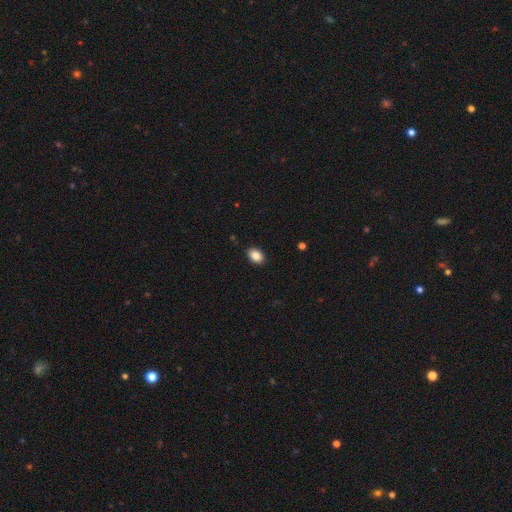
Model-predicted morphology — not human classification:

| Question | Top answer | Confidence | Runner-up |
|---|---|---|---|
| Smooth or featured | smooth | 87% | star or artifact (8%) |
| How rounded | in between | 80% | round (19%) |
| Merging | none | 88% | minor disturbance (9%) |